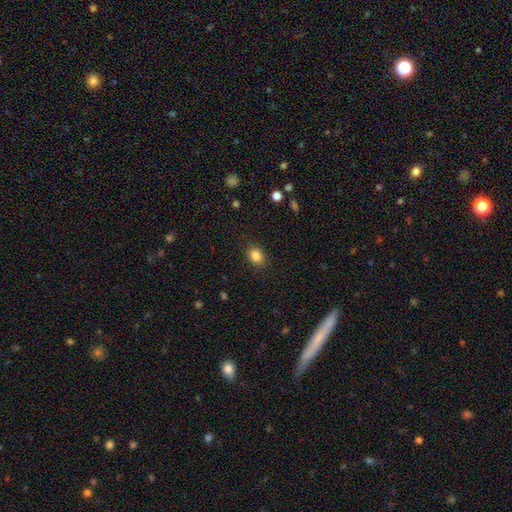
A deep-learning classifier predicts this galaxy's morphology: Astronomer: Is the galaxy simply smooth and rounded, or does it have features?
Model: smooth — 84%.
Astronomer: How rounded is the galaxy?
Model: in between — 62% (runner-up: round, 37%).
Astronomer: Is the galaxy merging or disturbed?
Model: none — 86%.